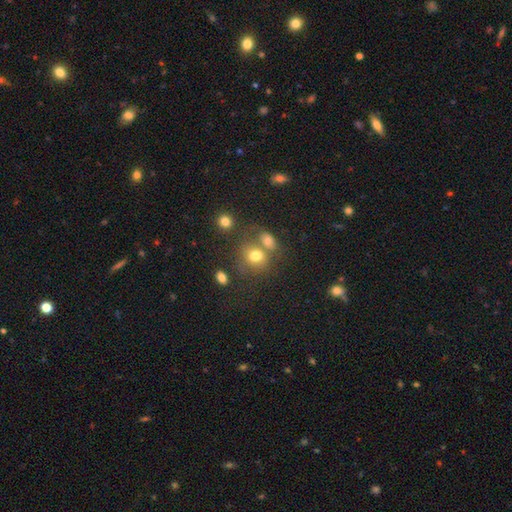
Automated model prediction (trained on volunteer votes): Morphology: type=smooth (74%); roundness=round (66%); merging=none (47%).